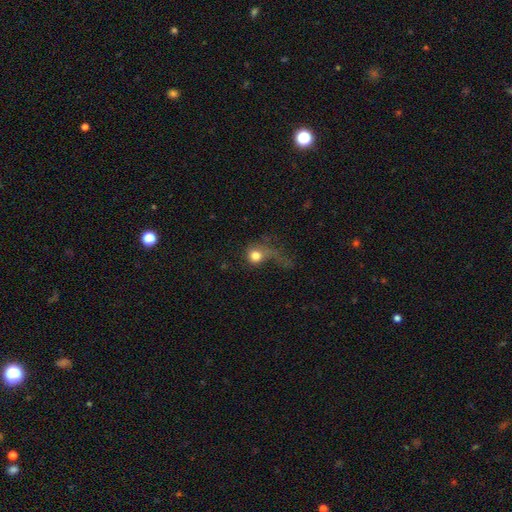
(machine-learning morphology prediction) A smooth galaxy with no disk features (74%) that is round (82%).

Vote fractions:
- Smooth or featured? smooth: 74% / featured or disk: 14% / star or artifact: 12%
- How rounded? round: 82% / in between: 16% / cigar-shaped: 1%
- Merging? major disturbance: 52% / none: 26% / minor disturbance: 16% / merger: 6%